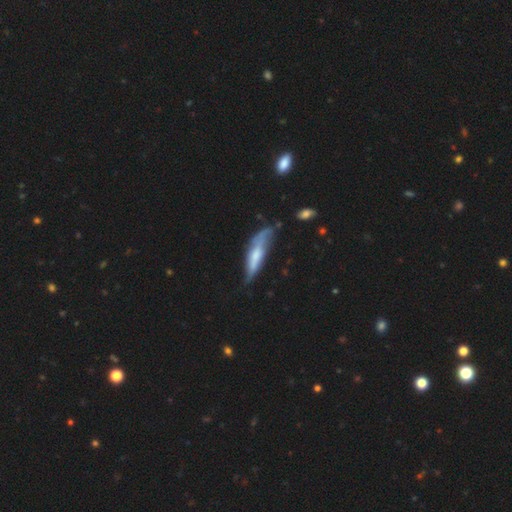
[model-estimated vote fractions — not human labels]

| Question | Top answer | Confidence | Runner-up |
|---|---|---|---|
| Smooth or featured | smooth | 52% | featured or disk (42%) |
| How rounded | cigar-shaped | 69% | in between (29%) |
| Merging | none | 44% | minor disturbance (35%) |